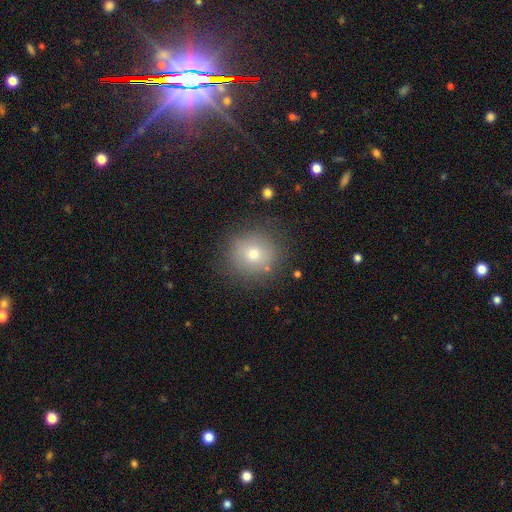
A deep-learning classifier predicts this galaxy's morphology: smooth_or_featured: smooth (p=0.73) [alt: featured or disk p=0.14]
how_rounded: round (p=0.91) [alt: in between p=0.08]
merging: none (p=0.82) [alt: minor disturbance p=0.11]